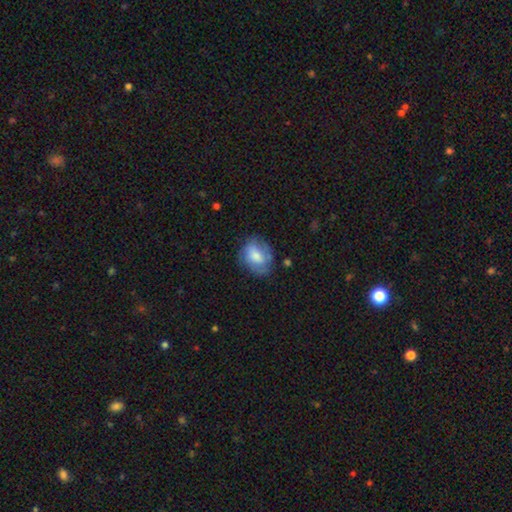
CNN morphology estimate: Q: Smooth or featured?
A: smooth (63%); runner-up: featured or disk (29%)
Q: How rounded?
A: in between (59%); runner-up: round (40%)
Q: Merging?
A: none (64%); runner-up: minor disturbance (24%)